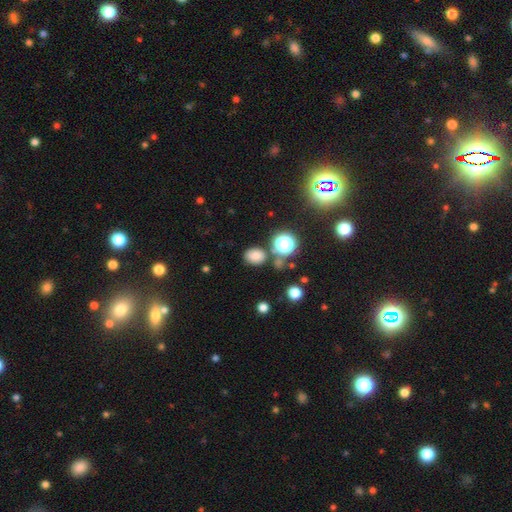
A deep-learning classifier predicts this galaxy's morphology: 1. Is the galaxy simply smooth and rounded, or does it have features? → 76% smooth, 18% star or artifact, 7% featured or disk.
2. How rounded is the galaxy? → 58% in between, 41% round, 1% cigar-shaped.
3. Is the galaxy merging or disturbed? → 77% none, 11% minor disturbance, 8% merger, 4% major disturbance.